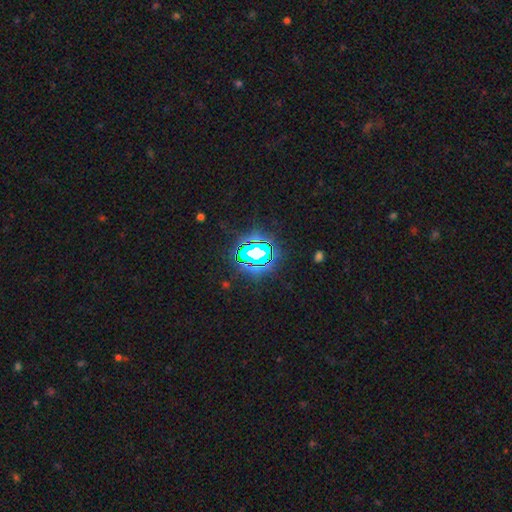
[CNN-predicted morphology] Overall: star or artifact (73%).